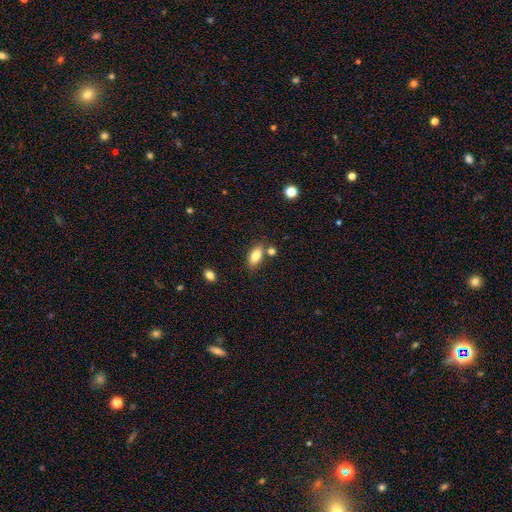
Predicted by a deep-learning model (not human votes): This is clearly a smooth galaxy (82%). How rounded: clearly in between (87%). Merging: likely none (70%).